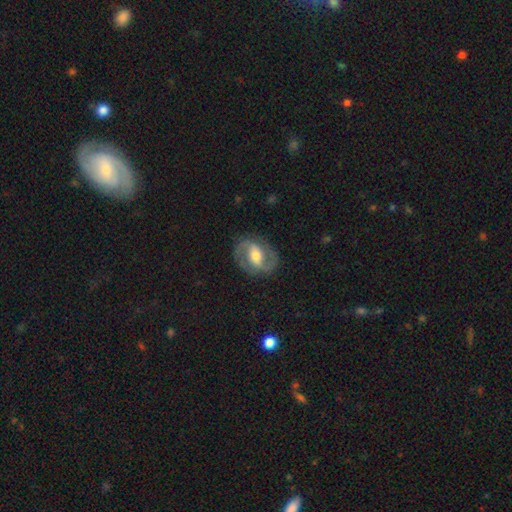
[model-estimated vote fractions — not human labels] Smooth or featured: featured or disk — 83% (smooth — 12%)
Edge-on disk: no — 97% (yes — 3%)
Bar: weak — 40% (strong — 39%)
Spiral arms: yes — 90% (no — 10%)
Spiral winding: medium — 56% (tight — 24%)
Spiral arm count: 2 — 92% (can't tell — 3%)
Bulge size: moderate — 63% (small — 22%)
Merging: none — 83% (minor disturbance — 11%)